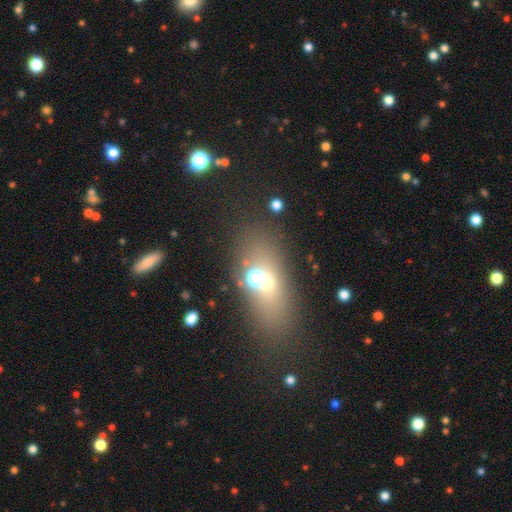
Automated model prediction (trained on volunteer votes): Q: Smooth or featured?
A: smooth (51%); runner-up: featured or disk (28%)
Q: How rounded?
A: in between (69%); runner-up: round (17%)
Q: Merging?
A: none (51%); runner-up: merger (31%)